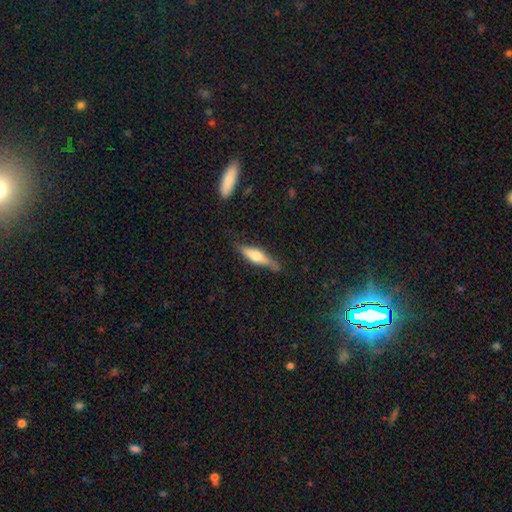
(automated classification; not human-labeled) The model was most divided on "smooth or featured" (2-way tie): smooth: 47%, featured or disk: 47%, star or artifact: 6%. More confident: merging — none (70%).